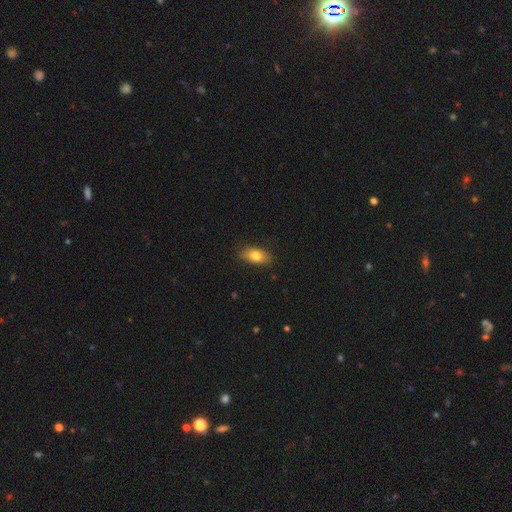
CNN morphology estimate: smooth_or_featured: smooth (p=0.78) [alt: featured or disk p=0.15]
how_rounded: in between (p=0.87) [alt: round p=0.07]
merging: none (p=0.86) [alt: minor disturbance p=0.11]